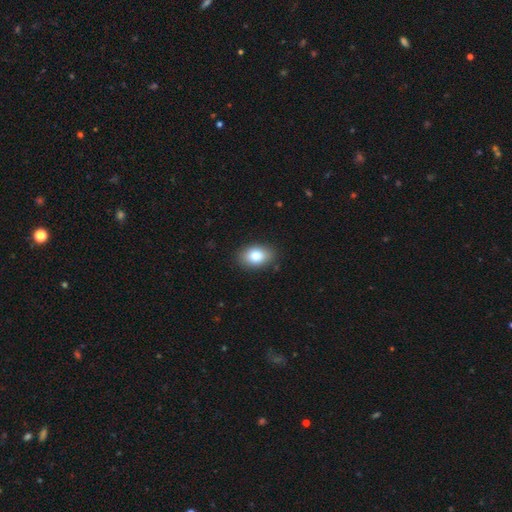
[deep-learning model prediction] This appears to be a smooth galaxy with no disk features (79%) that is in between round and cigar-shaped (80%). Merging: none (87%).